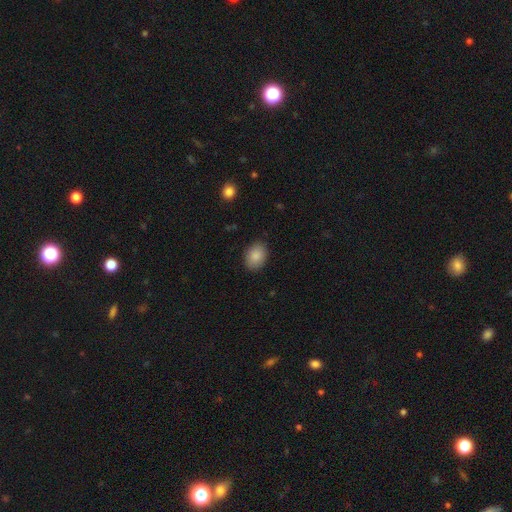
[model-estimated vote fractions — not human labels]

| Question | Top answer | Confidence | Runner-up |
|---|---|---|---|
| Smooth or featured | smooth | 88% | star or artifact (7%) |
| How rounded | in between | 72% | round (27%) |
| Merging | none | 87% | minor disturbance (10%) |